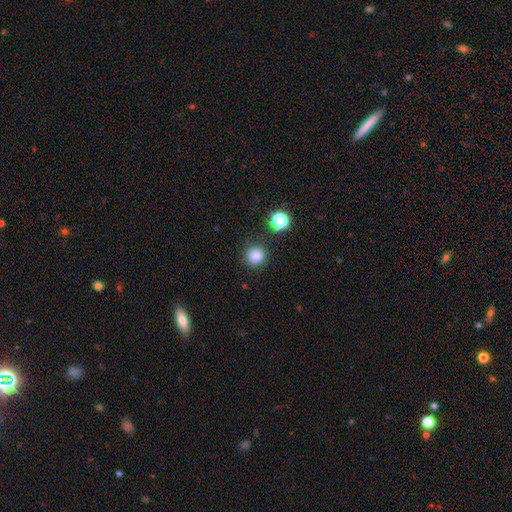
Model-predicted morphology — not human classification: smooth_or_featured: smooth (p=0.82) [alt: star or artifact p=0.13]
how_rounded: round (p=0.93) [alt: in between p=0.06]
merging: none (p=0.85) [alt: minor disturbance p=0.09]